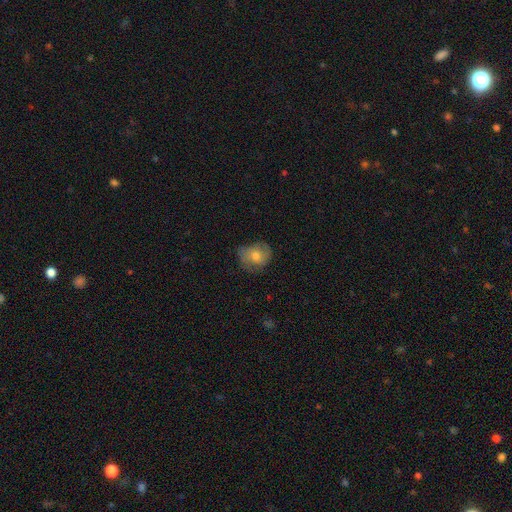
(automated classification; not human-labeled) The model was most divided on "merging": none: 61%, minor disturbance: 28%, major disturbance: 10%, merger: 1%. More confident: how rounded — round (69%); smooth or featured — smooth (62%).